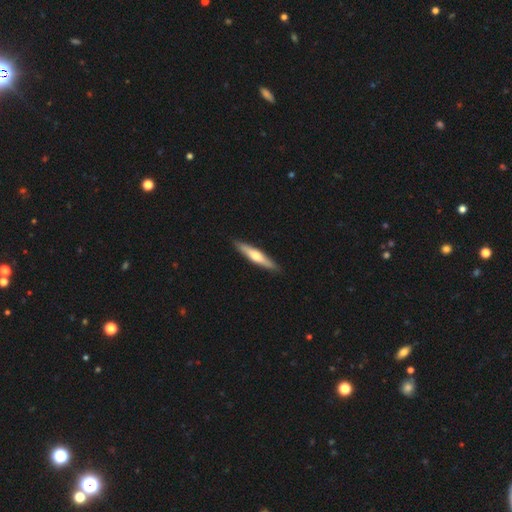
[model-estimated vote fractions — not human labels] featured or disk 49%, smooth 46%, star or artifact 5%. Down the decision tree: merging — none (90%).